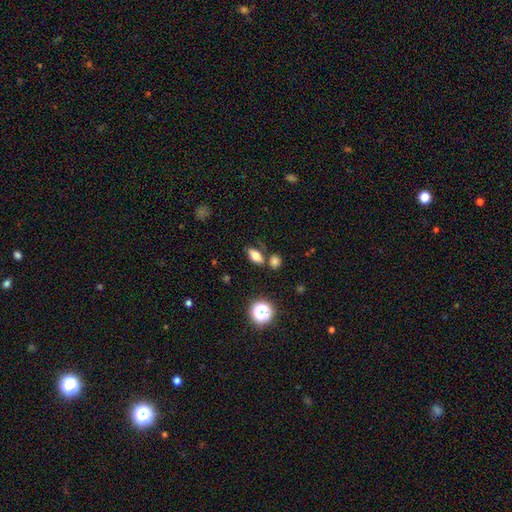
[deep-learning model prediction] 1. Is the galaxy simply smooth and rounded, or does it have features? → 73% smooth, 15% featured or disk, 13% star or artifact.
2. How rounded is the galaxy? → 79% in between, 11% cigar-shaped, 10% round.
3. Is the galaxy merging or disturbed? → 71% none, 13% merger, 12% minor disturbance, 4% major disturbance.